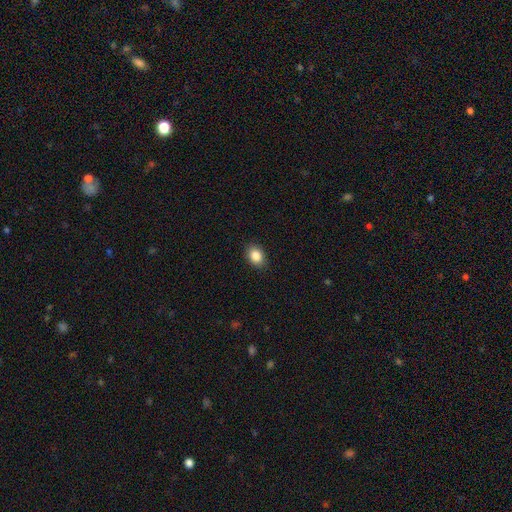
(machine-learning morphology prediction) This appears to be a smooth galaxy with no disk features (87%) that is in between round and cigar-shaped (72%). Merging: none (88%).